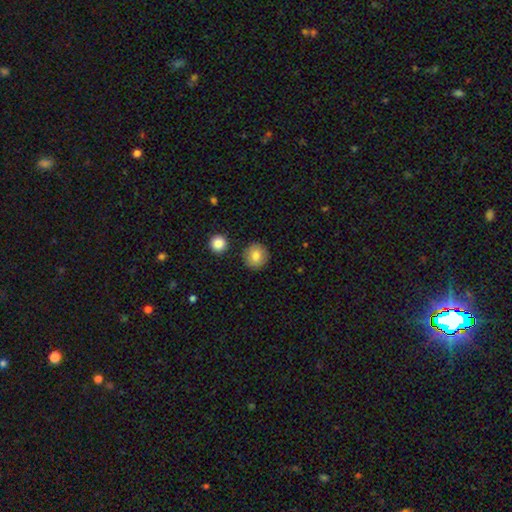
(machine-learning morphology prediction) Smooth or featured? Predicted: smooth (p=0.83). How rounded? Predicted: round (p=0.92). Merging? Predicted: none (p=0.88).